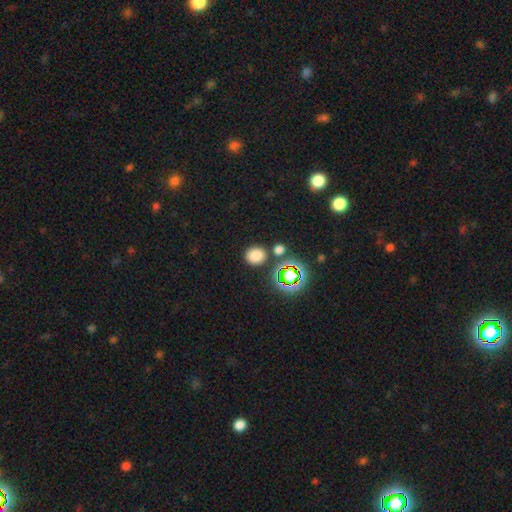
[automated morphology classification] The model was most divided on "how rounded": round: 72%, in between: 27%, cigar-shaped: 1%. More confident: merging — none (82%); smooth or featured — smooth (76%).